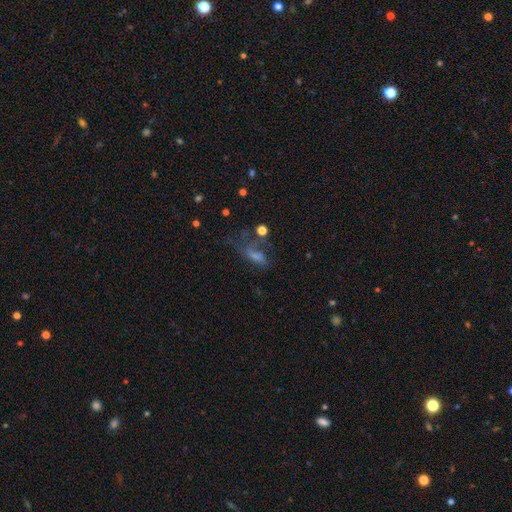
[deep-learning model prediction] Q: Smooth or featured?
A: smooth (37%); runner-up: featured or disk (36%)
Q: Merging?
A: none (38%); runner-up: major disturbance (33%)